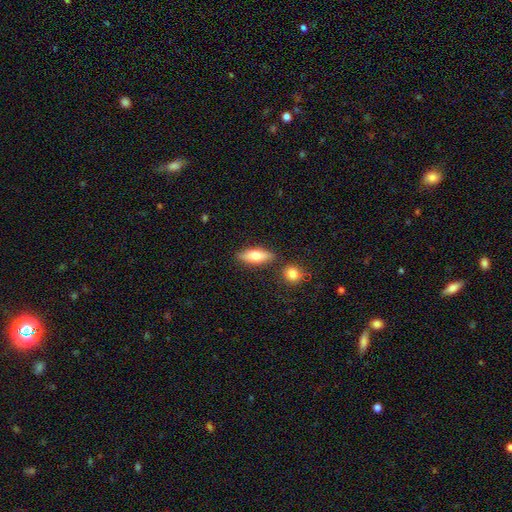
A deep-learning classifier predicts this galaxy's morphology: Smooth or featured? Predicted: smooth (p=0.72). How rounded? Predicted: in between (p=0.70). Merging? Predicted: none (p=0.79).